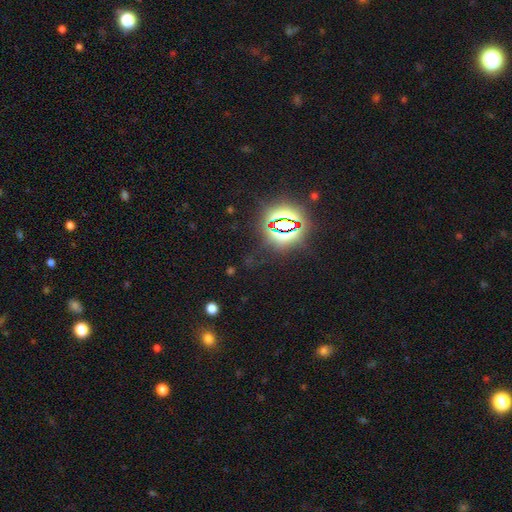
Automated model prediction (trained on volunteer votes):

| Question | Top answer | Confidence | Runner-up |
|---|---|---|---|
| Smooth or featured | star or artifact | 81% | smooth (12%) |